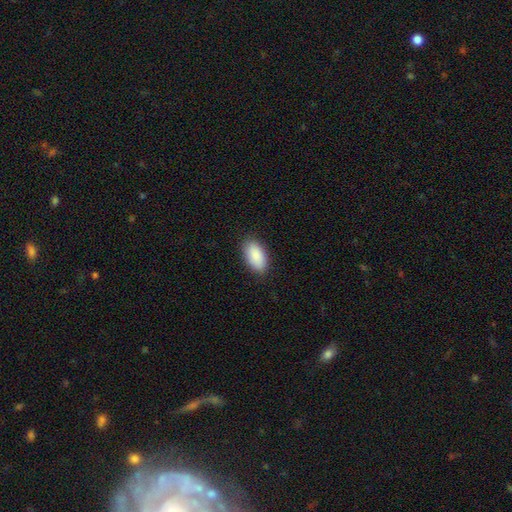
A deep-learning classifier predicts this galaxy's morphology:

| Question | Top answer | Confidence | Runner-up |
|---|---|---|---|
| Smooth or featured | smooth | 90% | star or artifact (6%) |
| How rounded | in between | 94% | cigar-shaped (3%) |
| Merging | none | 88% | minor disturbance (9%) |